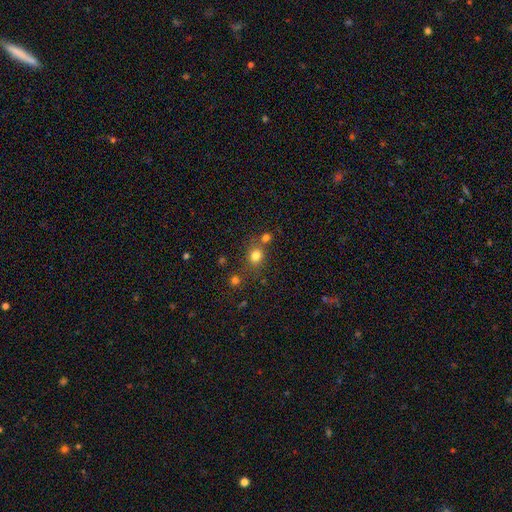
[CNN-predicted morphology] The model was most divided on "how rounded": round: 71%, in between: 28%, cigar-shaped: 1%. More confident: smooth or featured — smooth (78%); merging — none (66%).